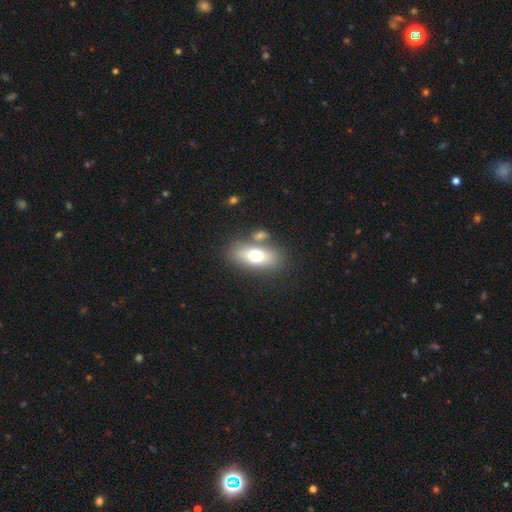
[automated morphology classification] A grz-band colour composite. It shows a smooth galaxy with no disk features (69%) that is in between round and cigar-shaped (83%). Merging: none (67%).